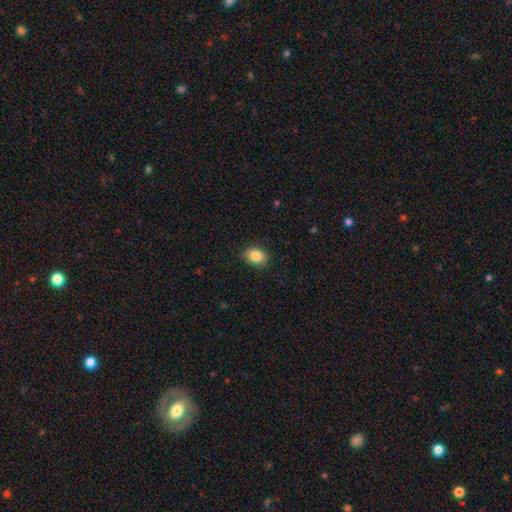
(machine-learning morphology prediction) The model was most divided on "how rounded": in between: 66%, round: 33%, cigar-shaped: 1%. More confident: merging — none (88%); smooth or featured — smooth (85%).